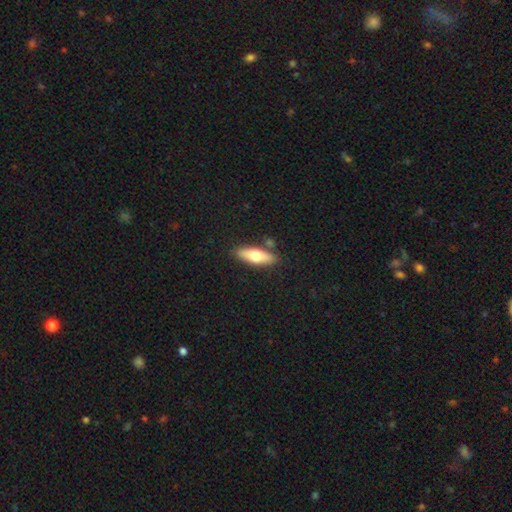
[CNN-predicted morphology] smooth_or_featured: smooth (p=0.62) [alt: featured or disk p=0.32]
how_rounded: in between (p=0.52) [alt: cigar-shaped p=0.45]
merging: none (p=0.82) [alt: minor disturbance p=0.11]